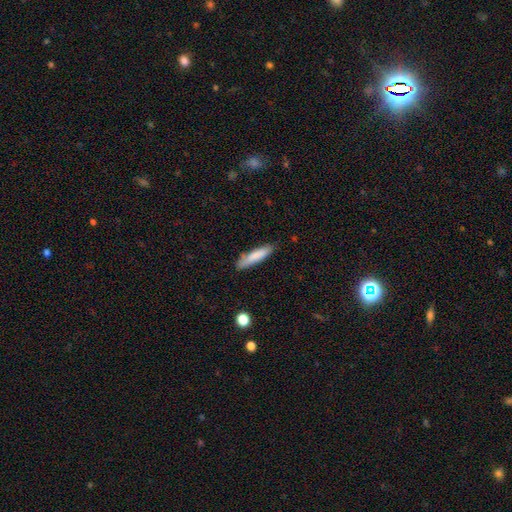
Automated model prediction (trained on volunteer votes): Smooth or featured? Predicted: smooth (p=0.81). How rounded? Predicted: cigar-shaped (p=0.78). Merging? Predicted: none (p=0.78).